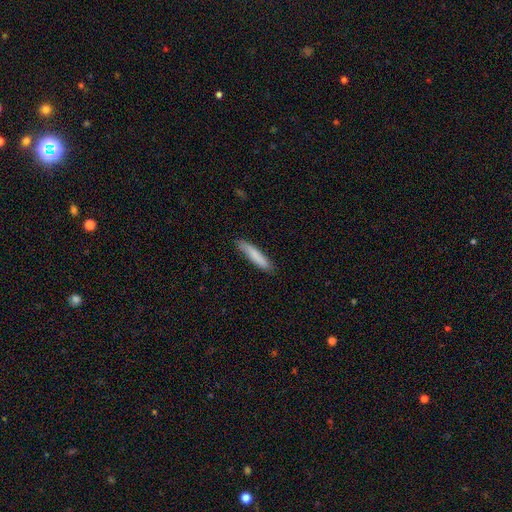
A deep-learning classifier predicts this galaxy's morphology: Smooth or featured: smooth — 81% (featured or disk — 14%)
How rounded: cigar-shaped — 87% (in between — 11%)
Merging: none — 84% (minor disturbance — 13%)